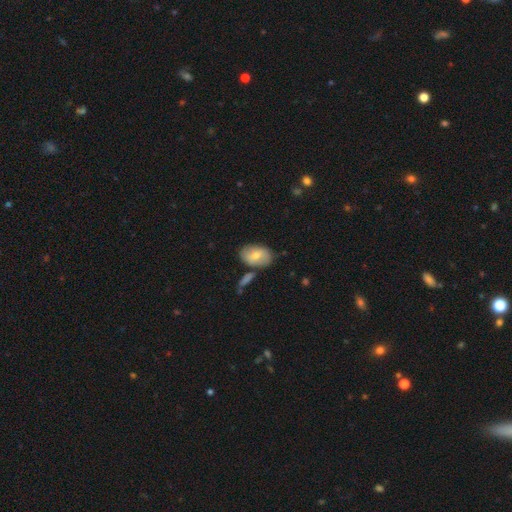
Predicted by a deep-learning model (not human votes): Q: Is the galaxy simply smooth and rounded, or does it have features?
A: smooth — 65%.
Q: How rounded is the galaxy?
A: in between — 86%.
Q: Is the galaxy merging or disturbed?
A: none — 72%.